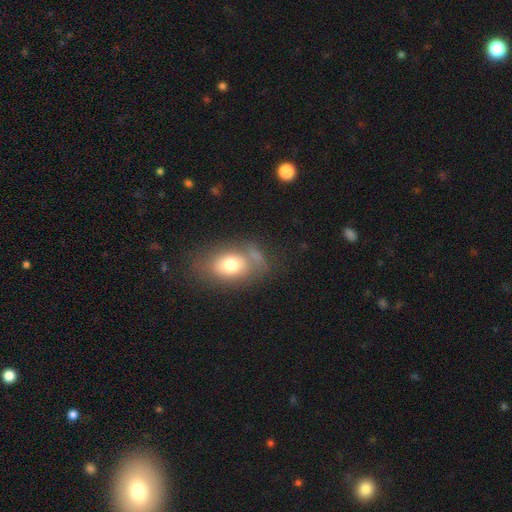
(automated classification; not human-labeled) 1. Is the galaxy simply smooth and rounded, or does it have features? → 69% smooth, 21% featured or disk, 11% star or artifact.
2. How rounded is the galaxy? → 78% in between, 20% round, 3% cigar-shaped.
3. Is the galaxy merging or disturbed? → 52% none, 21% minor disturbance, 16% merger, 11% major disturbance.